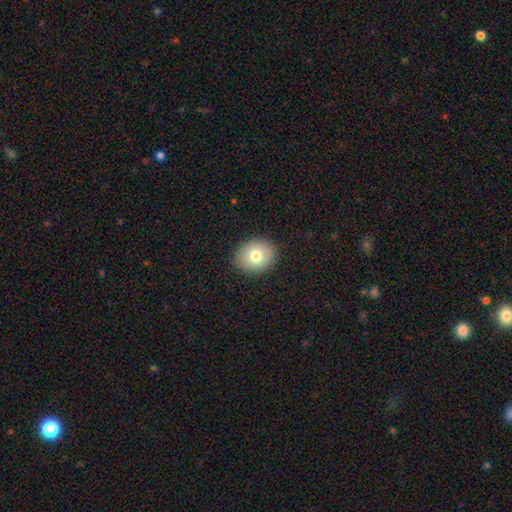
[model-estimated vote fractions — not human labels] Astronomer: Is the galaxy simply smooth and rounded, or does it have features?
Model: smooth — 76%.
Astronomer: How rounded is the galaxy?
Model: round — 61% (runner-up: in between, 38%).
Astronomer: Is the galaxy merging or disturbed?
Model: none — 90%.